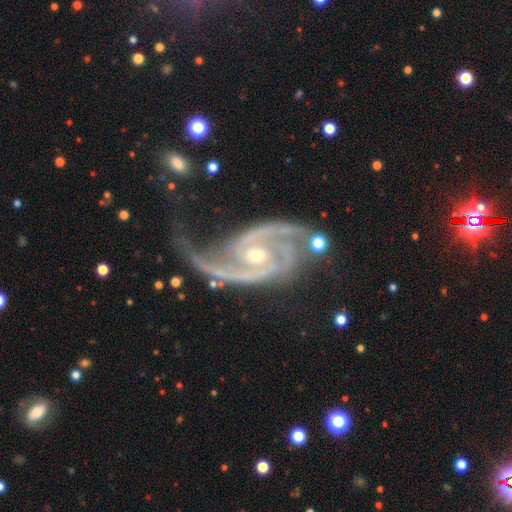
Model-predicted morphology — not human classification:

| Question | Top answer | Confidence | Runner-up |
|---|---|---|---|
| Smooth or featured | featured or disk | 94% | star or artifact (4%) |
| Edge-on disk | no | 98% | yes (2%) |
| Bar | weak | 39% | no (38%) |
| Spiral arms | yes | 99% | no (1%) |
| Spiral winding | medium | 53% | tight (34%) |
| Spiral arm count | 2 | 79% | 3 (9%) |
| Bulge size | small | 48% | tied: moderate (48%) |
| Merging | none | 47% | minor disturbance (26%) |